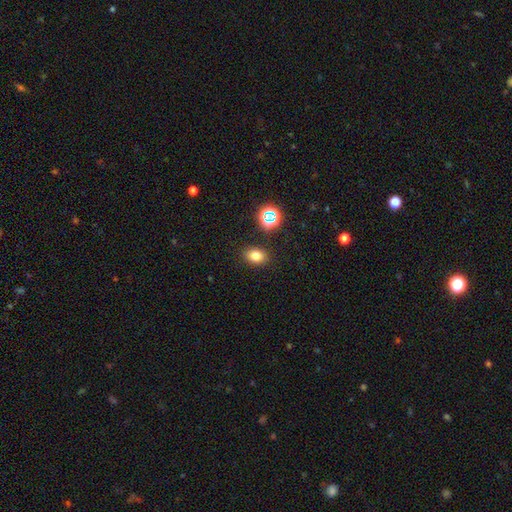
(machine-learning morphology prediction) Smooth or featured? Predicted: smooth (p=0.76). How rounded? Predicted: in between (p=0.68). Merging? Predicted: none (p=0.87).